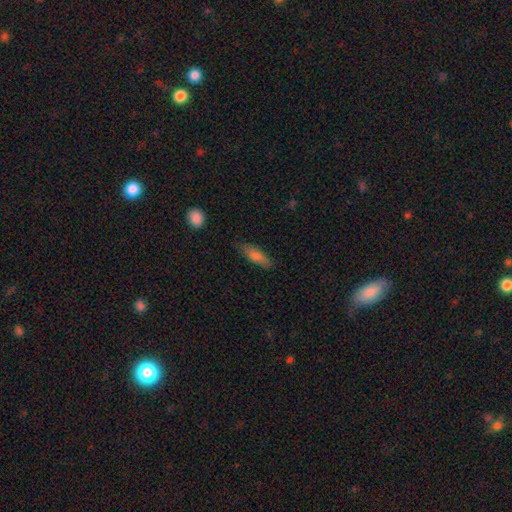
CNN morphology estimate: smooth-or-featured: smooth: 77% | featured or disk: 16% | star or artifact: 7%
  how-rounded: in between: 53% | cigar-shaped: 45% | round: 2%
  merging: none: 79% | minor disturbance: 17% | major disturbance: 3% | merger: 2%